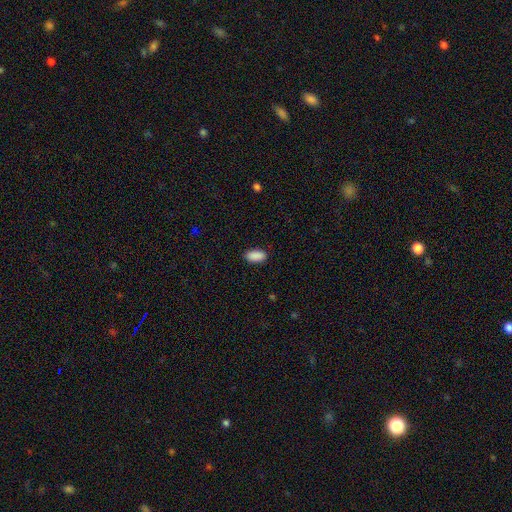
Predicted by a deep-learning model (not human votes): Smooth or featured?
  - smooth: 91% *
  - star or artifact: 7%
  - featured or disk: 3%
How rounded?
  - in between: 93% *
  - cigar-shaped: 4%
  - round: 3%
Merging?
  - none: 89% *
  - minor disturbance: 8%
  - major disturbance: 2%
  - merger: 1%